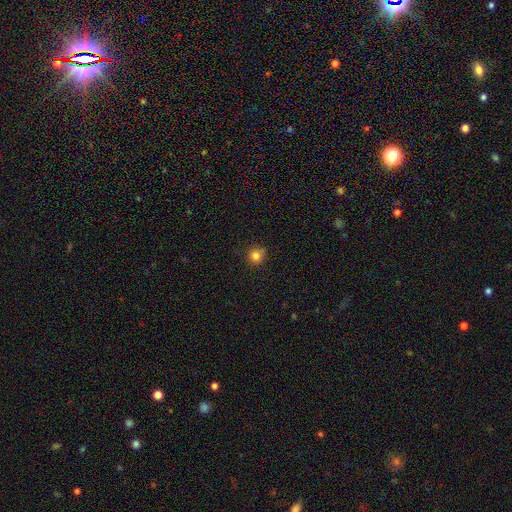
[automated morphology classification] type=smooth (83%); roundness=round (92%); merging=none (83%).